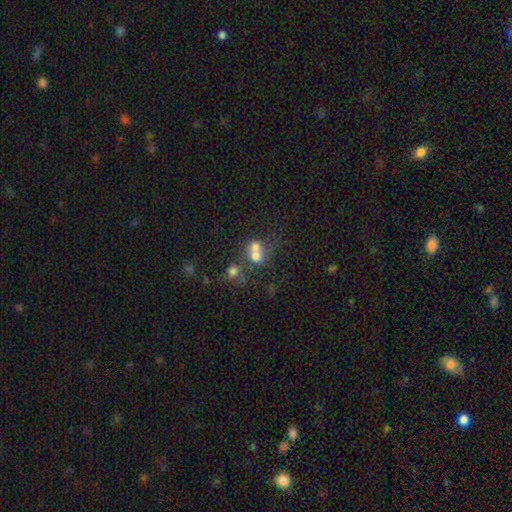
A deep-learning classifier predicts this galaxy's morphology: smooth 63%, featured or disk 23%, star or artifact 14%. Down the decision tree: how rounded — round (70%); merging — merger (66%).